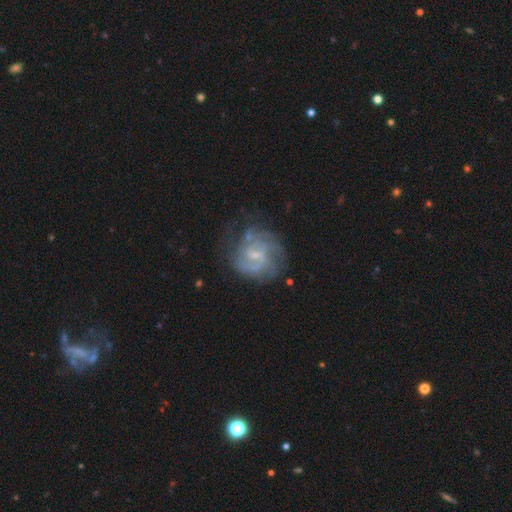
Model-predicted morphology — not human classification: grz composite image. It shows a featured or disk galaxy (79%) with a weak bar (58%), medium (42%, tied with tight) spiral arms (89%) and a small central bulge (61%). Merging: none (63%).